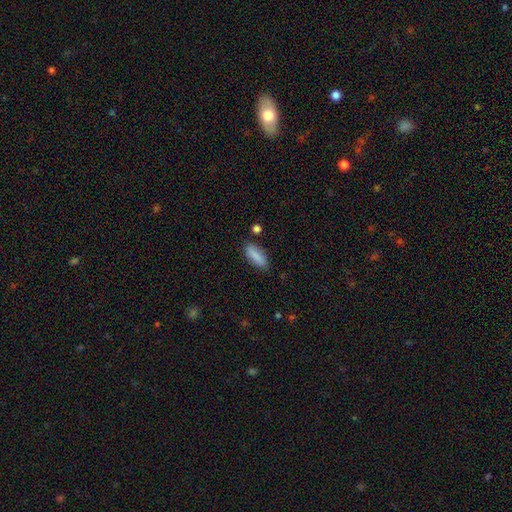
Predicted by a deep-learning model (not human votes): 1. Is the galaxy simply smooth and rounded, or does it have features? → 87% smooth, 6% featured or disk, 6% star or artifact.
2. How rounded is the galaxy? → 70% in between, 28% cigar-shaped, 2% round.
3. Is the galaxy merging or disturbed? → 81% none, 13% minor disturbance, 3% merger, 3% major disturbance.